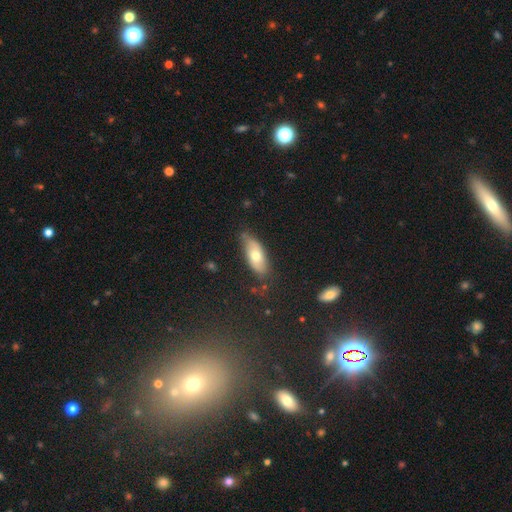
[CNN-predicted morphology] This appears to be a smooth galaxy with no disk features (63%) that is in between round and cigar-shaped (79%). Merging: none (67%).